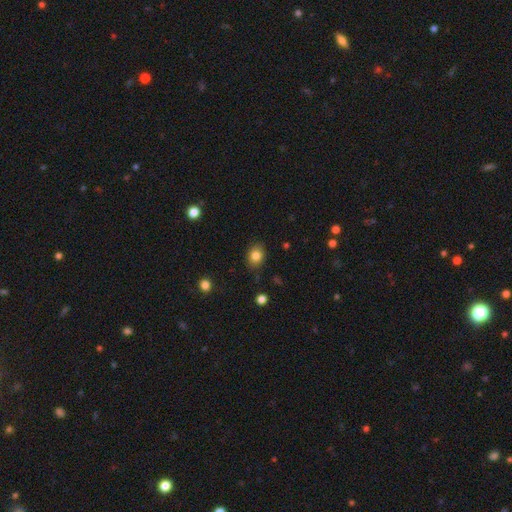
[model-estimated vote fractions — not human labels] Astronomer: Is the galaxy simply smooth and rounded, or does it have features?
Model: smooth — 82%.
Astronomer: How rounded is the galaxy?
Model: in between — 50% (runner-up: round, 49%).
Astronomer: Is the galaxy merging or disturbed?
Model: none — 83%.